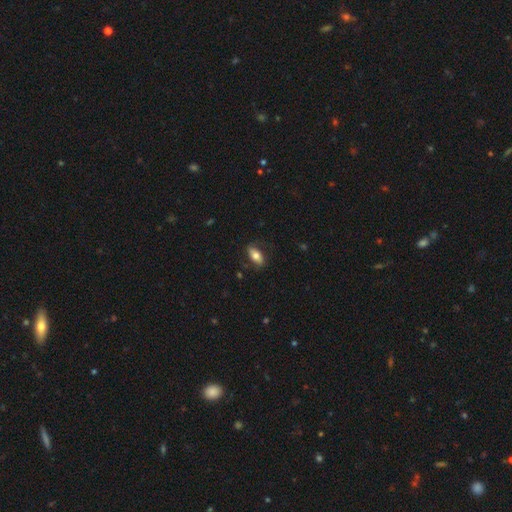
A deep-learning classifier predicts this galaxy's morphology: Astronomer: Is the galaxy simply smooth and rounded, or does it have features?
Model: smooth — 68%.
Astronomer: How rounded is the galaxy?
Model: in between — 86%.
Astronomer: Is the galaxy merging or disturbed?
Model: none — 77%.